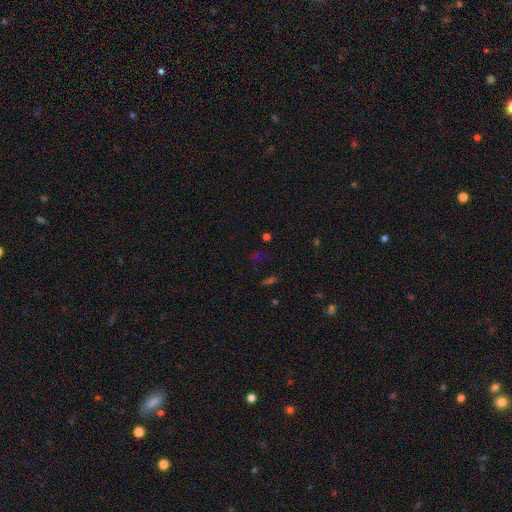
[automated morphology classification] Smooth or featured? Predicted: star or artifact (p=0.52).